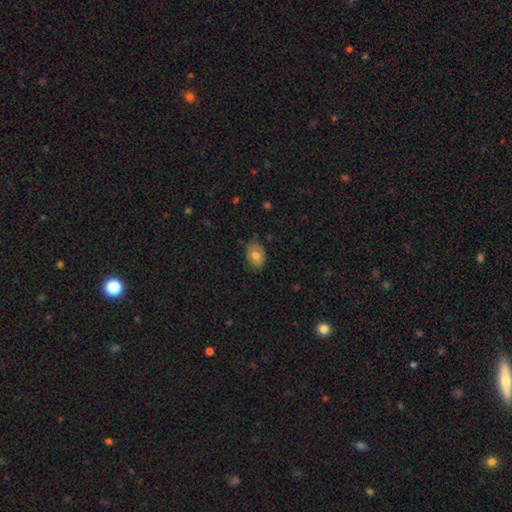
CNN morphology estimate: smooth_or_featured: smooth (p=0.73) [alt: featured or disk p=0.19]
how_rounded: in between (p=0.76) [alt: round p=0.23]
merging: none (p=0.71) [alt: minor disturbance p=0.23]